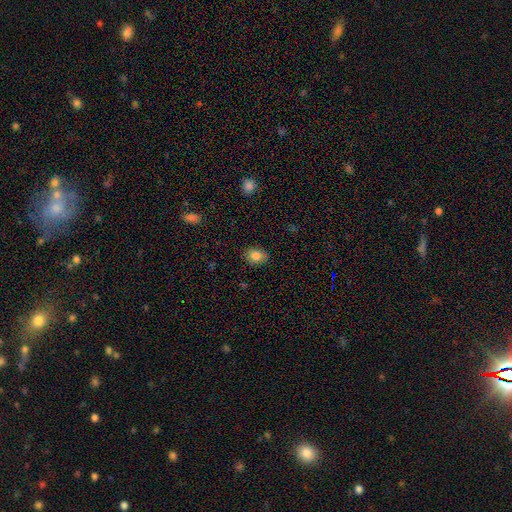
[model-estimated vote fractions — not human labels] Smooth or featured? Predicted: smooth (p=0.84). How rounded? Predicted: in between (p=0.63). Merging? Predicted: none (p=0.85).